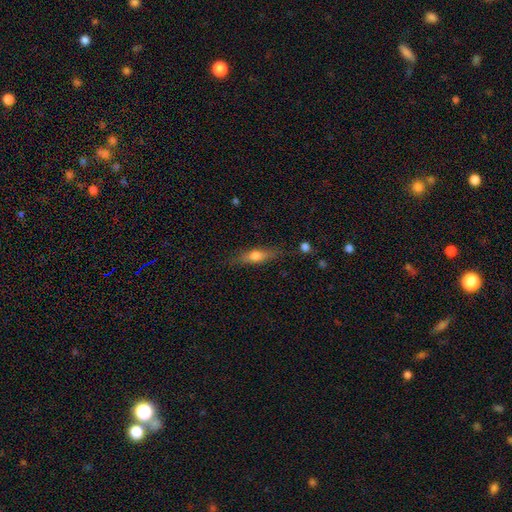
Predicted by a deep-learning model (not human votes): smooth-or-featured: smooth: 59% | featured or disk: 34% | star or artifact: 7%
  how-rounded: cigar-shaped: 60% | in between: 36% | round: 3%
  merging: none: 79% | minor disturbance: 15% | major disturbance: 4% | merger: 2%